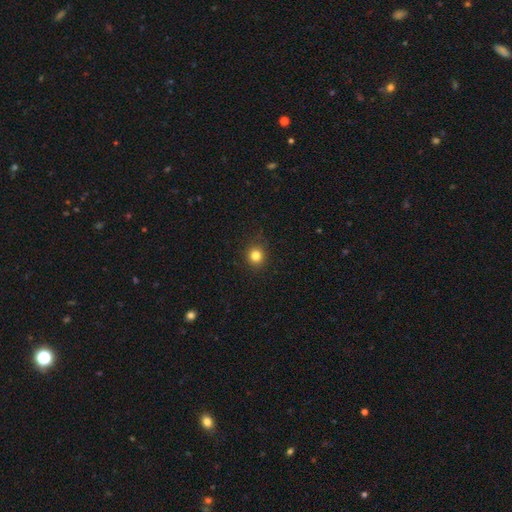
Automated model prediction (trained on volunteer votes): smooth 82%, star or artifact 13%, featured or disk 5%. Down the decision tree: how rounded — round (90%); merging — none (89%).